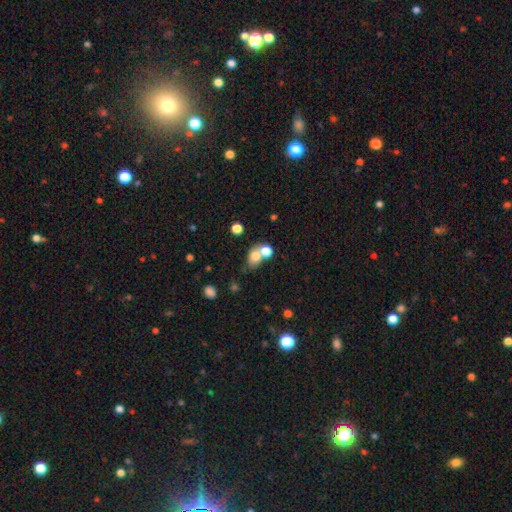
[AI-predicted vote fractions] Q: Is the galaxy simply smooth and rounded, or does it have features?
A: smooth — 75%.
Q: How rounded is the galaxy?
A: in between — 54%.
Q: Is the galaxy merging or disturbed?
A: merger — 45%.